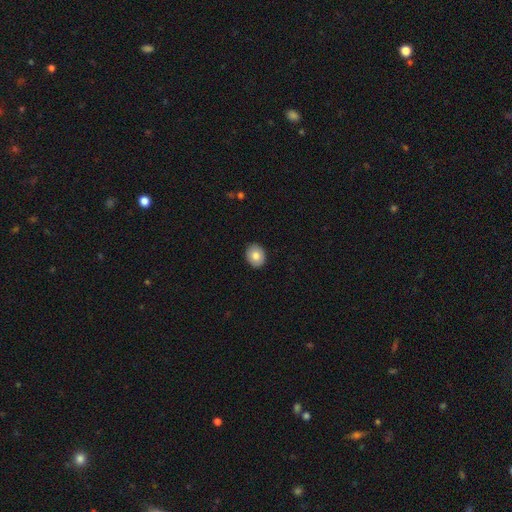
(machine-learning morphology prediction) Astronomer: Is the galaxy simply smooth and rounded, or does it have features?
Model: smooth — 81%.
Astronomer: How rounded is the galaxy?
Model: round — 51% (runner-up: in between, 48%).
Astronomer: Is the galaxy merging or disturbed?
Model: none — 91%.